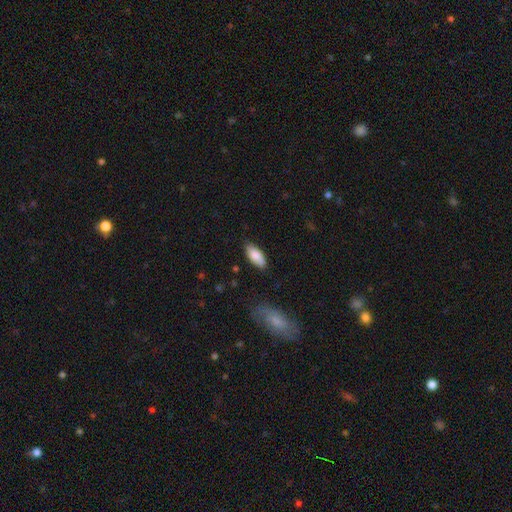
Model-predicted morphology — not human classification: A smooth galaxy with no disk features (83%) that is in between round and cigar-shaped (85%).

Vote fractions:
- Smooth or featured? smooth: 83% / featured or disk: 11% / star or artifact: 6%
- How rounded? in between: 85% / cigar-shaped: 13% / round: 2%
- Merging? none: 80% / minor disturbance: 15% / major disturbance: 3% / merger: 2%